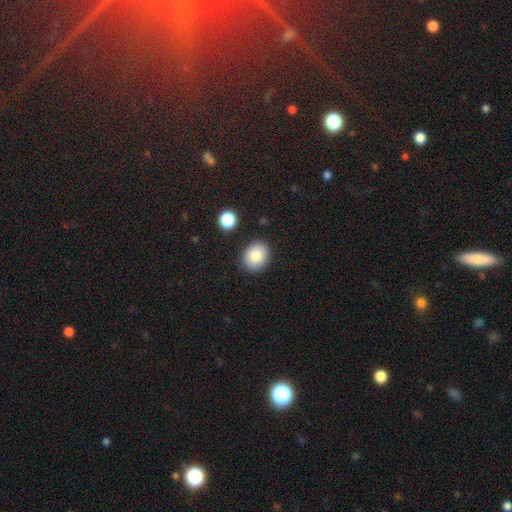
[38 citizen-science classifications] smooth 79%, featured or disk 13%, star or artifact 8%. Down the decision tree: how rounded — round (70%); merging — none (91%).